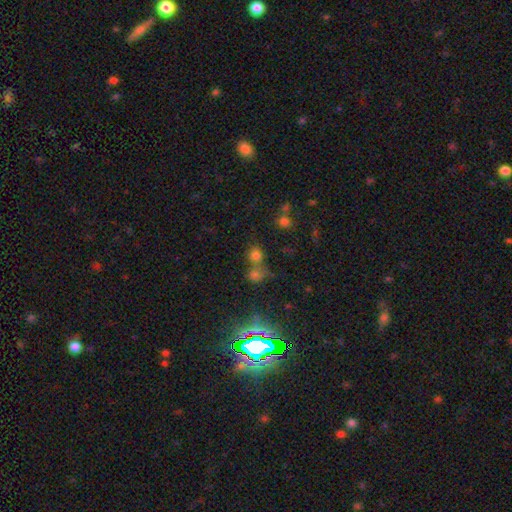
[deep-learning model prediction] smooth 68%, star or artifact 23%, featured or disk 8%. Down the decision tree: how rounded — round (80%); merging — none (48%).